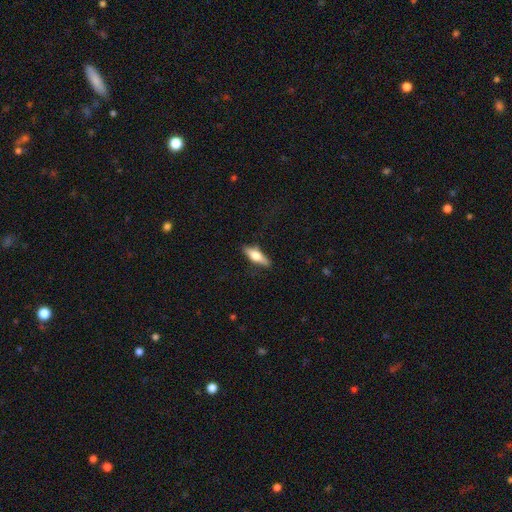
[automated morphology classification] smooth-or-featured: smooth: 53% | featured or disk: 41% | star or artifact: 6%
  how-rounded: cigar-shaped: 54% | in between: 43% | round: 3%
  merging: none: 84% | minor disturbance: 12% | major disturbance: 3% | merger: 1%